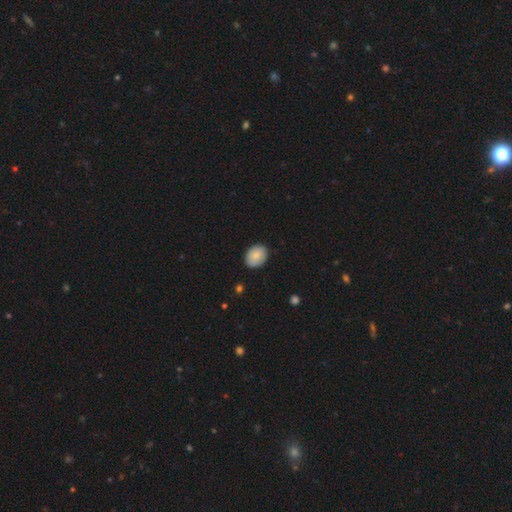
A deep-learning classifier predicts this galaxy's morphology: smooth 86%, featured or disk 8%, star or artifact 7%. Down the decision tree: how rounded — in between (66%); merging — none (86%).